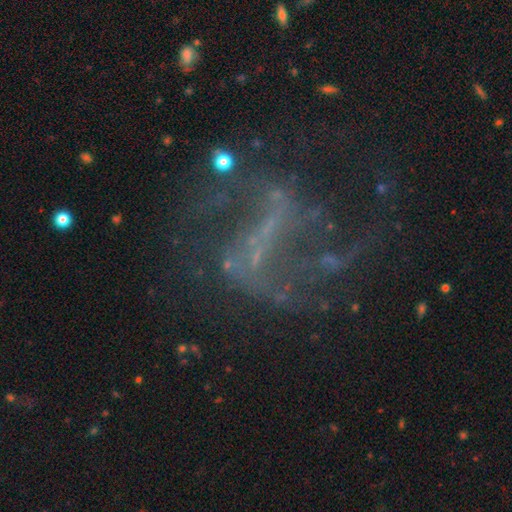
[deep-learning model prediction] Q: Smooth or featured?
A: featured or disk (75%); runner-up: star or artifact (17%)
Q: Edge-on disk?
A: no (97%); runner-up: yes (3%)
Q: Bar?
A: strong (42%); runner-up: weak (34%)
Q: Spiral arms?
A: yes (76%); runner-up: no (24%)
Q: Spiral winding?
A: loose (64%); runner-up: medium (28%)
Q: Spiral arm count?
A: 2 (69%); runner-up: can't tell (14%)
Q: Bulge size?
A: none (60%); runner-up: small (31%)
Q: Merging?
A: none (50%); runner-up: major disturbance (29%)